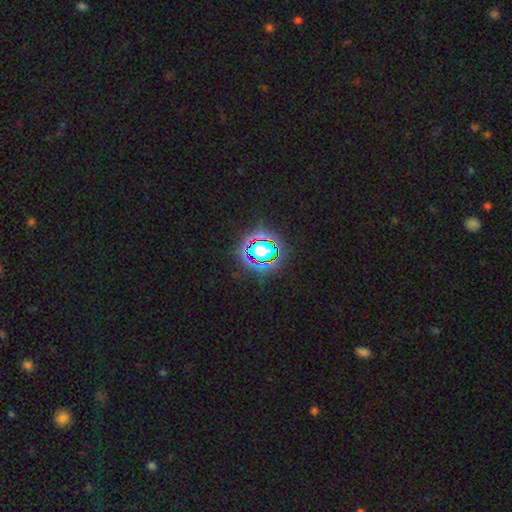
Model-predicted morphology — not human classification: Smooth or featured?
  - star or artifact: 70% *
  - smooth: 19%
  - featured or disk: 11%